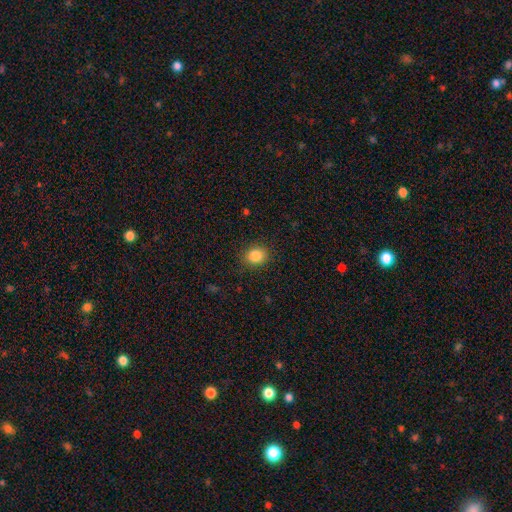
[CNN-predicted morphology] Smooth or featured? Predicted: smooth (p=0.85). How rounded? Predicted: round (p=0.64). Merging? Predicted: none (p=0.87).